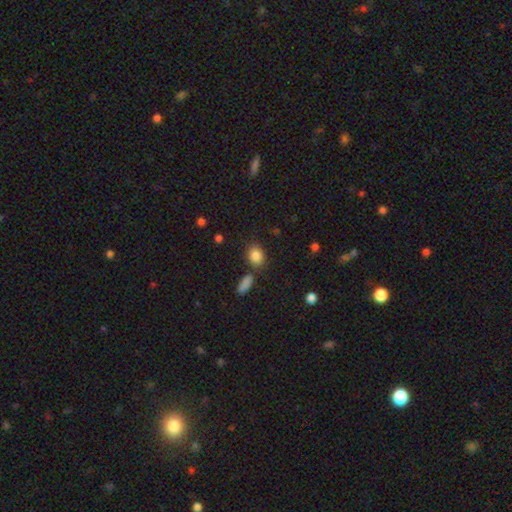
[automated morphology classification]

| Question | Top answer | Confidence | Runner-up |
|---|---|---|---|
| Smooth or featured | smooth | 86% | star or artifact (9%) |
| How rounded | in between | 63% | round (35%) |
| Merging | none | 75% | minor disturbance (12%) |